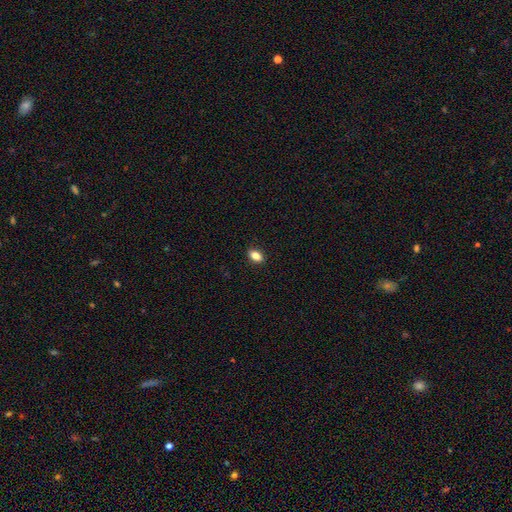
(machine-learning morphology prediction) smooth-or-featured: smooth: 84% | star or artifact: 9% | featured or disk: 7%
  how-rounded: in between: 83% | round: 13% | cigar-shaped: 3%
  merging: none: 90% | minor disturbance: 8% | major disturbance: 2% | merger: 1%